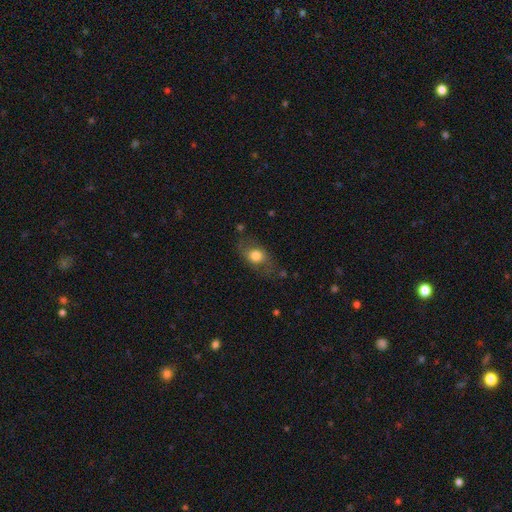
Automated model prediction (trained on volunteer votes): A smooth galaxy with no disk features (64%) that is in between round and cigar-shaped (64%).

Vote fractions:
- Smooth or featured? smooth: 64% / featured or disk: 27% / star or artifact: 9%
- How rounded? in between: 64% / round: 33% / cigar-shaped: 3%
- Merging? none: 64% / minor disturbance: 22% / major disturbance: 12% / merger: 2%